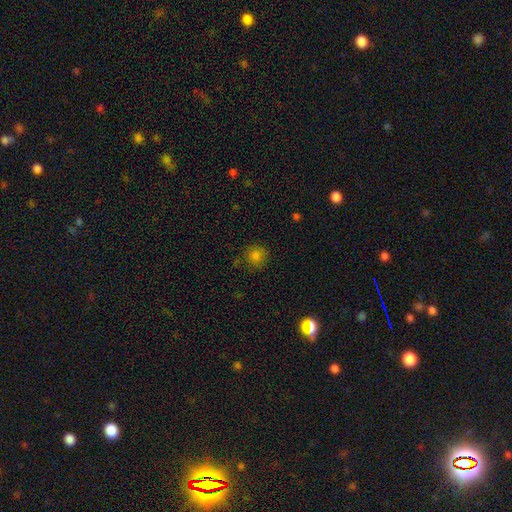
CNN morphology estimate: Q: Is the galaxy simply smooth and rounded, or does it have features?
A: smooth — 81%.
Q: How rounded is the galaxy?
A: round — 91%.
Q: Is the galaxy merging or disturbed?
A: none — 83%.